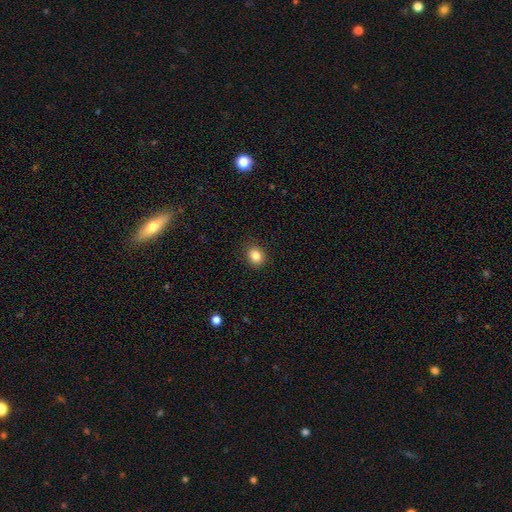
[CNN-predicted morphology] Overall: smooth (84%). How rounded: round (68%; in between 31%). Merging: none (89%).